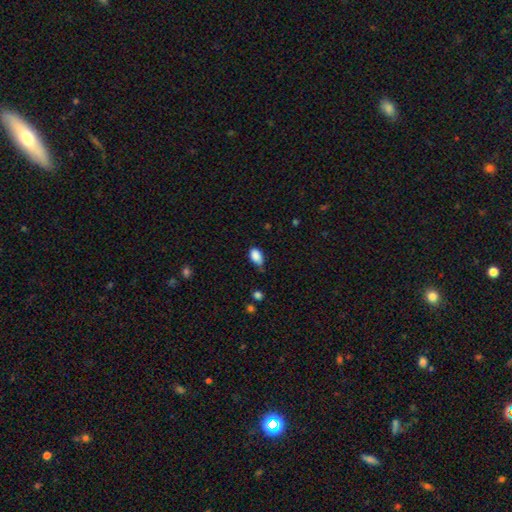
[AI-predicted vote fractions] smooth 87%, star or artifact 8%, featured or disk 5%. Down the decision tree: how rounded — in between (89%); merging — none (49%).